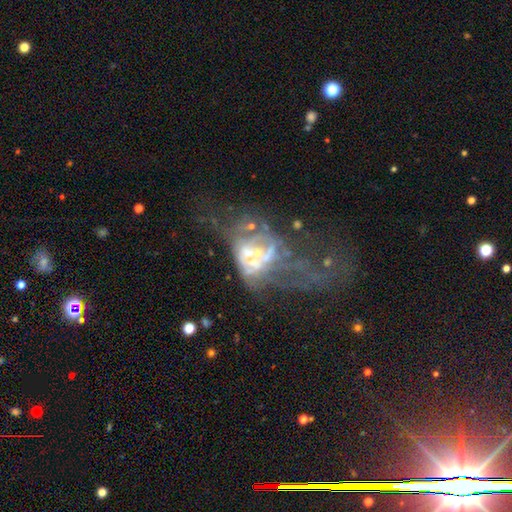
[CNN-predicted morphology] Smooth or featured?
  - featured or disk: 69% *
  - star or artifact: 16%
  - smooth: 15%
Edge-on disk?
  - no: 97% *
  - yes: 3%
Bar?
  - no: 80% *
  - weak: 14%
  - strong: 6%
Spiral arms?
  - no: 75% *
  - yes: 25%
Bulge size?
  - moderate: 36% *
  - small: 33%
  - none: 22%
  - large: 6%
  - dominant: 3%
Merging?
  - major disturbance: 40% *
  - merger: 38%
  - none: 14%
  - minor disturbance: 8%